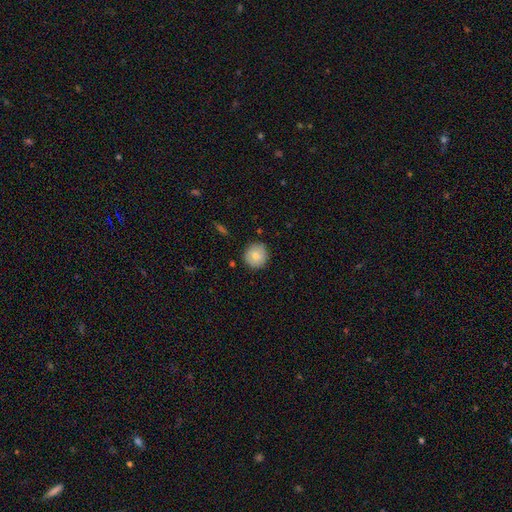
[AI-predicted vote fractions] A smooth galaxy with no disk features (79%) that is round (93%).

Vote fractions:
- Smooth or featured? smooth: 79% / featured or disk: 13% / star or artifact: 8%
- How rounded? round: 93% / in between: 6% / cigar-shaped: 1%
- Merging? none: 87% / minor disturbance: 10% / major disturbance: 2% / merger: 1%